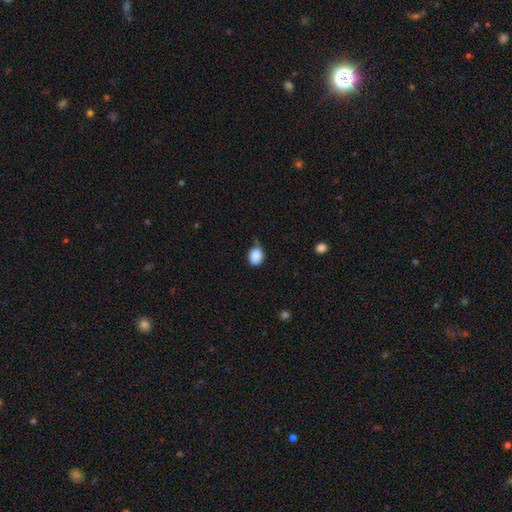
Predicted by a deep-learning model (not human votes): Overall: smooth (88%). How rounded: in between (53%; round 46%). Merging: none (64%; minor disturbance 28%).